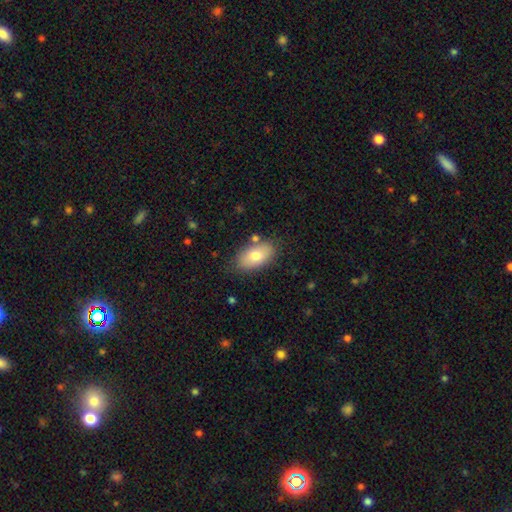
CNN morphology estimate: This appears to be a smooth galaxy with no disk features (75%) that is in between round and cigar-shaped (93%). Merging: none (78%).